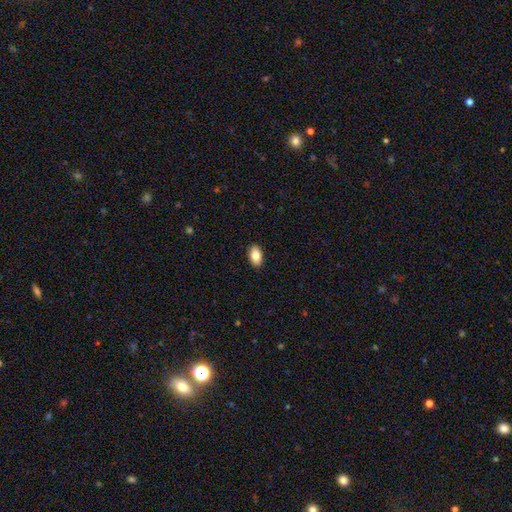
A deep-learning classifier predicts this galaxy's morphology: The model was most divided on "smooth or featured": smooth: 82%, featured or disk: 10%, star or artifact: 7%. More confident: how rounded — in between (92%); merging — none (90%).